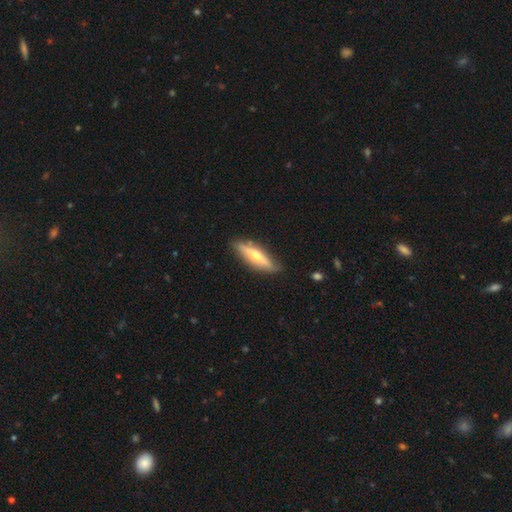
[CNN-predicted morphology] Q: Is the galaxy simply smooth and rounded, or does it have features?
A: featured or disk — 53%.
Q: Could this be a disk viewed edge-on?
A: yes — 87%.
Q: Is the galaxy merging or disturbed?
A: none — 85%.